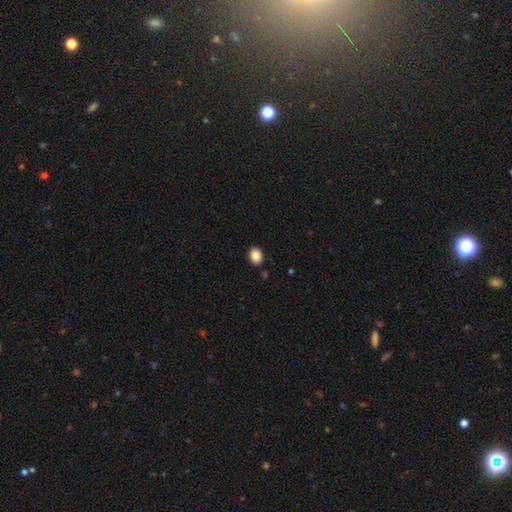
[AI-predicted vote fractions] This appears to be a smooth galaxy with no disk features (88%) that is round (50%). Merging: none (90%).